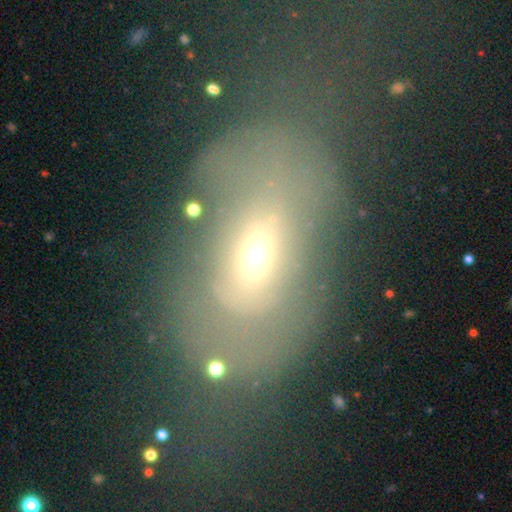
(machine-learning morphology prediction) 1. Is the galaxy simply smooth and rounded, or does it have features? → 43% smooth, 42% featured or disk, 15% star or artifact.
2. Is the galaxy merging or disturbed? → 42% major disturbance, 29% none, 18% minor disturbance, 11% merger.